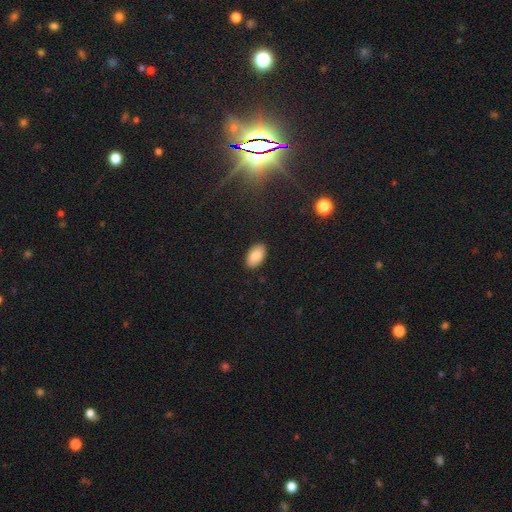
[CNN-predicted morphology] smooth 86%, featured or disk 8%, star or artifact 7%. Down the decision tree: how rounded — in between (94%); merging — none (89%).